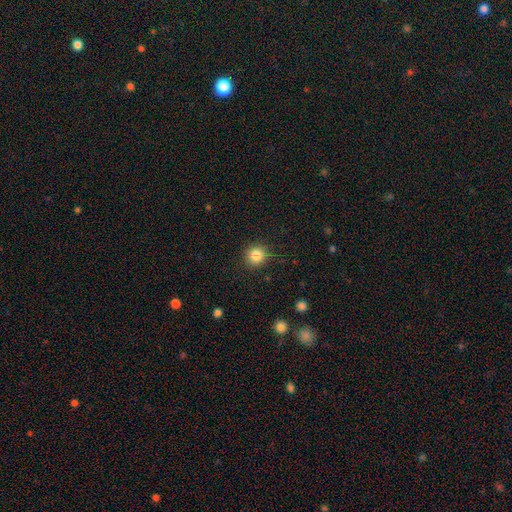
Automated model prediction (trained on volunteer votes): The model was most divided on "smooth or featured": smooth: 85%, star or artifact: 10%, featured or disk: 4%. More confident: how rounded — round (89%); merging — none (88%).